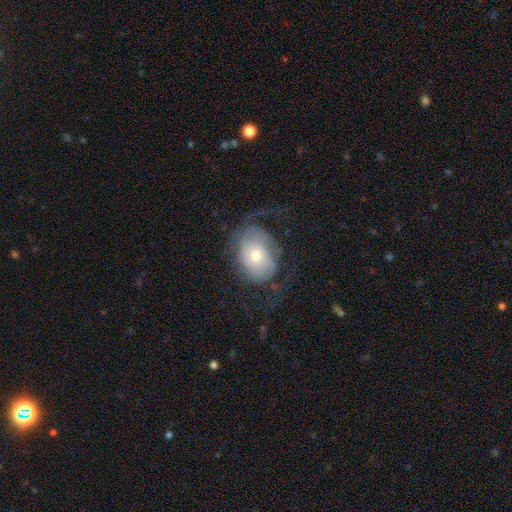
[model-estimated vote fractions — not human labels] Morphology: type=featured or disk (59%); edge-on=no (96%); bar=no (77%); spiral arms=yes (80%); bulge=moderate (53%); merging=none (48%).